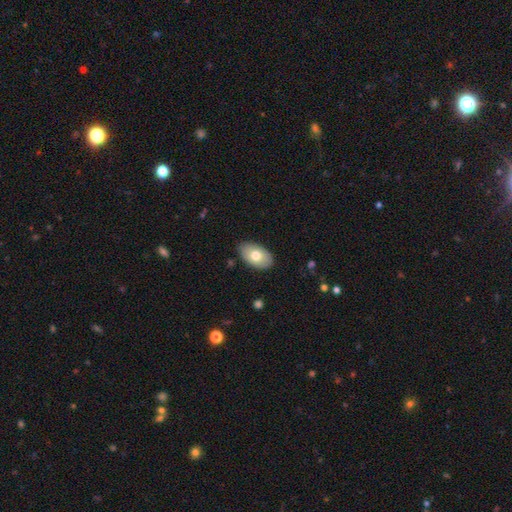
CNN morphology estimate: smooth 73%, featured or disk 21%, star or artifact 6%. Down the decision tree: how rounded — in between (93%); merging — none (85%).